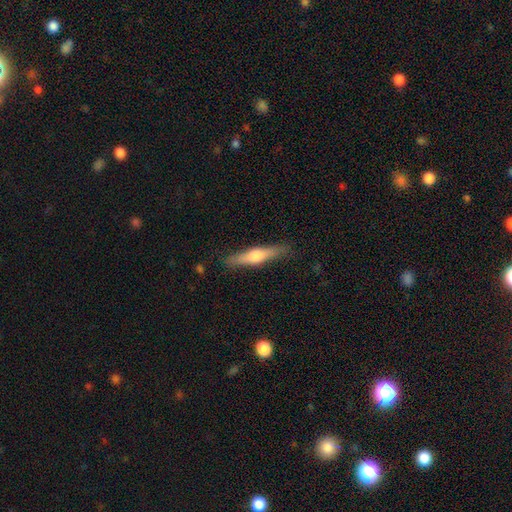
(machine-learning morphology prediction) featured or disk 55%, smooth 40%, star or artifact 5%. Down the decision tree: edge-on disk — yes (96%); edge-on bulge — rounded (90%); merging — none (87%).